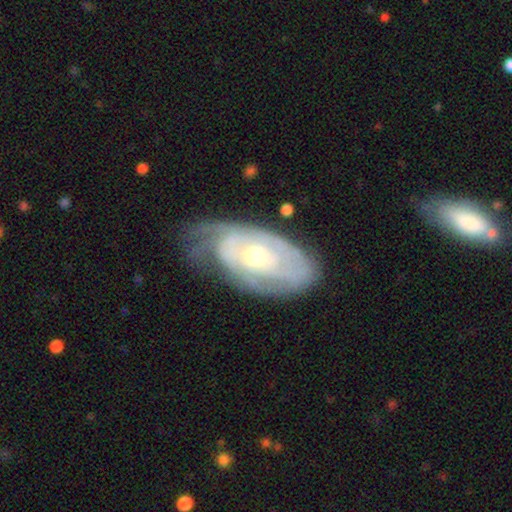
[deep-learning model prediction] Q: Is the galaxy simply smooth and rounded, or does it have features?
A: featured or disk — 80%.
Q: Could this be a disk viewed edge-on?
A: no — 93%.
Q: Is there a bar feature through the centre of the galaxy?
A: no — 74%.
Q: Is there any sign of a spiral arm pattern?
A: yes — 86%.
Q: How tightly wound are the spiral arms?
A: tight — 69%.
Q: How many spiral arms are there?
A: can't tell — 50%.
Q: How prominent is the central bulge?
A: moderate — 63%.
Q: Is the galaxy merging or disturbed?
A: none — 53%.